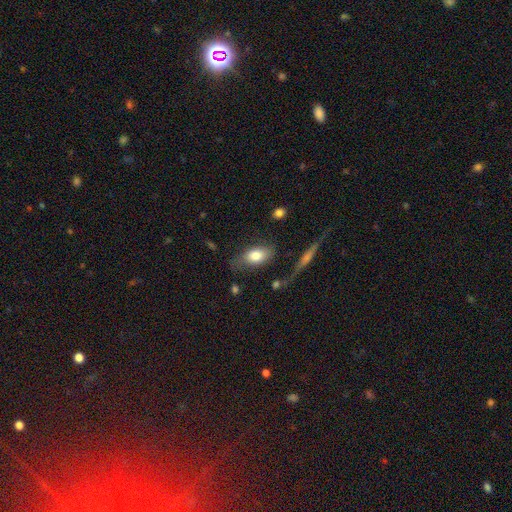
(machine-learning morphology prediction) This is likely a smooth galaxy (77%). How rounded: clearly in between (89%). Merging: likely none (62%).